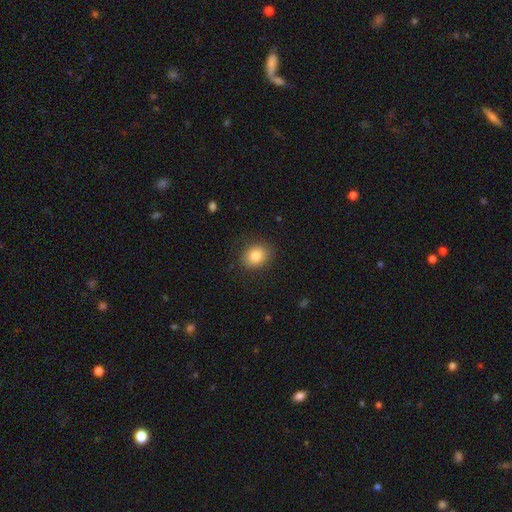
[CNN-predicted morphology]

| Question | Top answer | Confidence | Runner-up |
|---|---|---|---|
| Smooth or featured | smooth | 84% | star or artifact (9%) |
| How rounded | in between | 51% | round (48%) |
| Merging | none | 85% | minor disturbance (11%) |